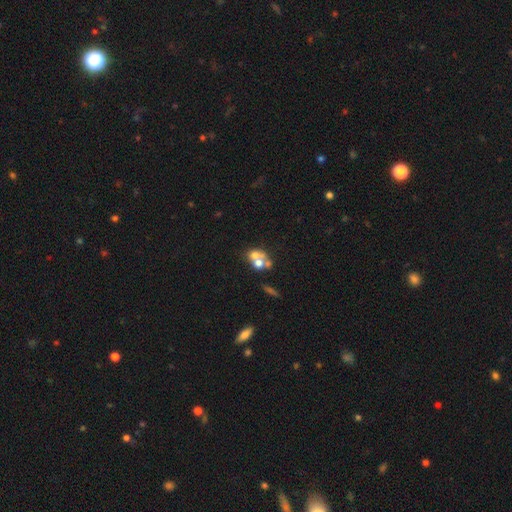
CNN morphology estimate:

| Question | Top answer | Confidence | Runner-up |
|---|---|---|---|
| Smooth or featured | smooth | 49% | featured or disk (37%) |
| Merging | merger | 58% | none (27%) |